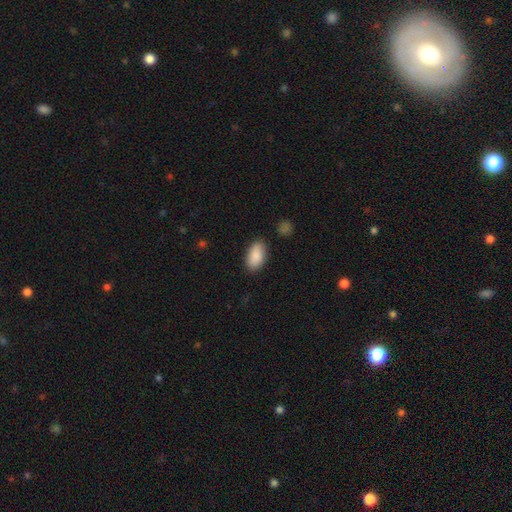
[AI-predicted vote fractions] A smooth galaxy with no disk features (89%) that is in between round and cigar-shaped (94%).

Vote fractions:
- Smooth or featured? smooth: 89% / star or artifact: 6% / featured or disk: 5%
- How rounded? in between: 94% / round: 4% / cigar-shaped: 3%
- Merging? none: 83% / minor disturbance: 12% / major disturbance: 3% / merger: 2%